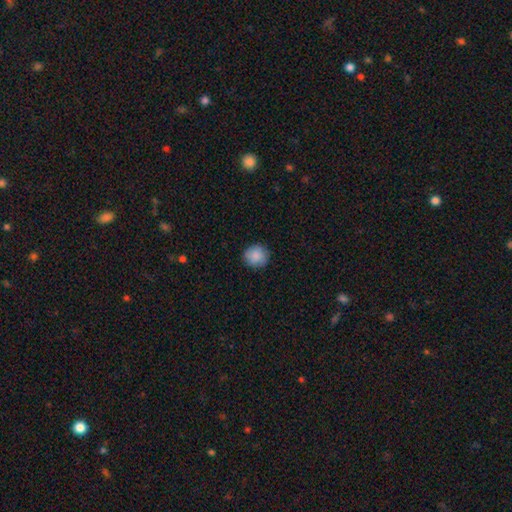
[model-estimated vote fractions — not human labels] The model was most divided on "how rounded": round: 87%, in between: 12%, cigar-shaped: 1%. More confident: smooth or featured — smooth (87%); merging — none (87%).